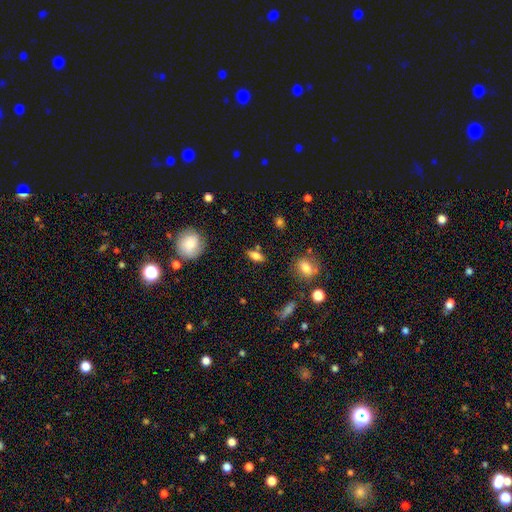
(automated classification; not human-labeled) smooth_or_featured: smooth (p=0.68) [alt: featured or disk p=0.22]
how_rounded: in between (p=0.72) [alt: cigar-shaped p=0.21]
merging: none (p=0.76) [alt: minor disturbance p=0.13]